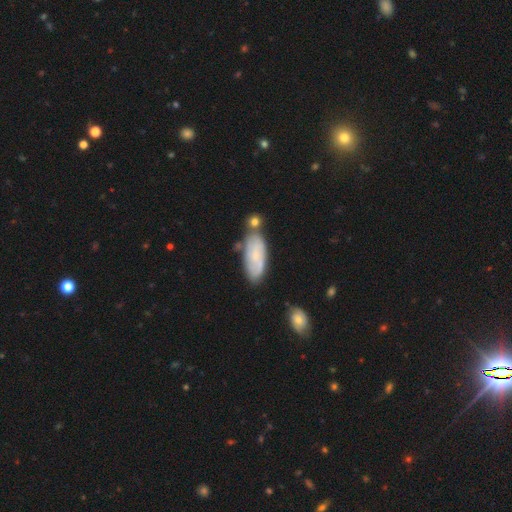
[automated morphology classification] smooth-or-featured: smooth: 51% | featured or disk: 43% | star or artifact: 7%
  how-rounded: in between: 79% | cigar-shaped: 18% | round: 2%
  merging: none: 60% | minor disturbance: 20% | merger: 15% | major disturbance: 5%